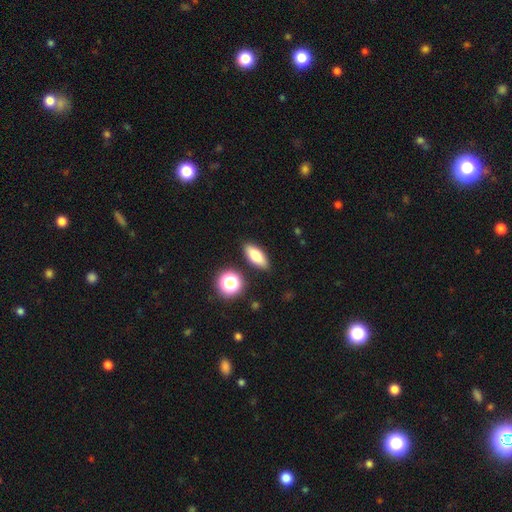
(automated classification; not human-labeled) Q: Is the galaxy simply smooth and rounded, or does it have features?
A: smooth — 76%.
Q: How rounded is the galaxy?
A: in between — 75%.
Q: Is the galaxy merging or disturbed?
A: none — 86%.